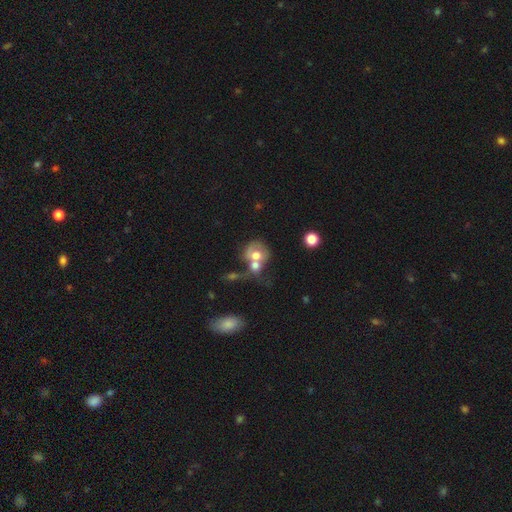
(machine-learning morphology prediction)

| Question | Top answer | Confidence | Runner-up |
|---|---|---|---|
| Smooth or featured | smooth | 54% | featured or disk (38%) |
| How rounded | round | 68% | in between (31%) |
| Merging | merger | 62% | none (18%) |